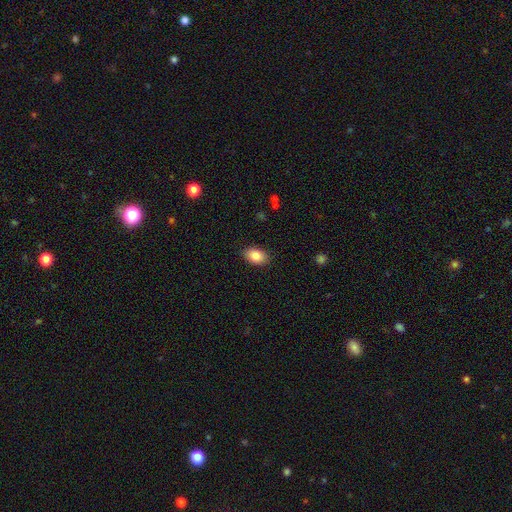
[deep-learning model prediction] Overall: smooth (86%). How rounded: in between (88%). Merging: none (88%).